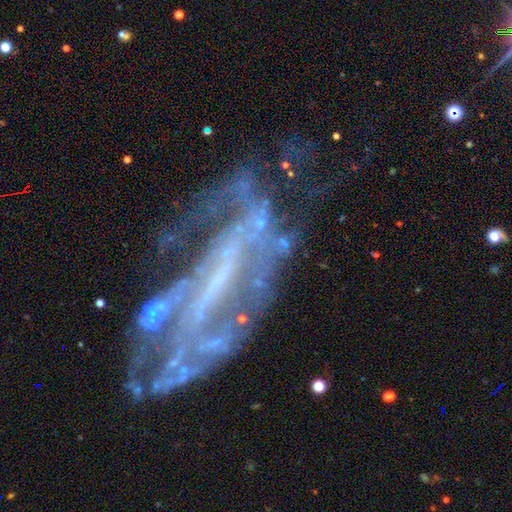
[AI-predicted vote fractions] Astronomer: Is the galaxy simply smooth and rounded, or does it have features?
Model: featured or disk — 77%.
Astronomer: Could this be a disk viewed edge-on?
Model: no — 85%.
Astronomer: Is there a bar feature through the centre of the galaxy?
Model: strong — 49% (runner-up: weak, 26%).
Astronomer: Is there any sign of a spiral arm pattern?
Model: yes — 67%.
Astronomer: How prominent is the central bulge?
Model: none — 58%.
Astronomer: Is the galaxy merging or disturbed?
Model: none — 52%.